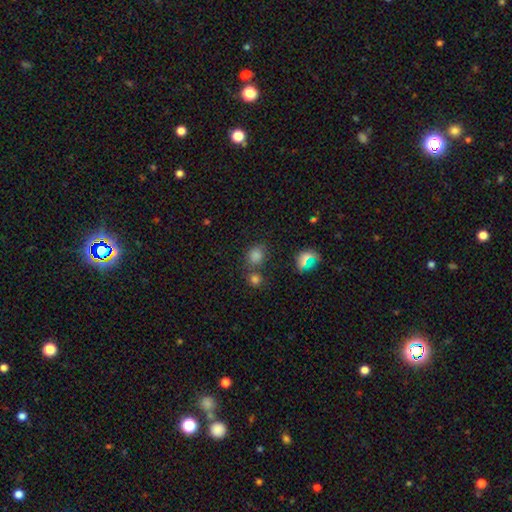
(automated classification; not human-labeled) A smooth galaxy with no disk features (70%) that is round (66%). Merging: none (63%).